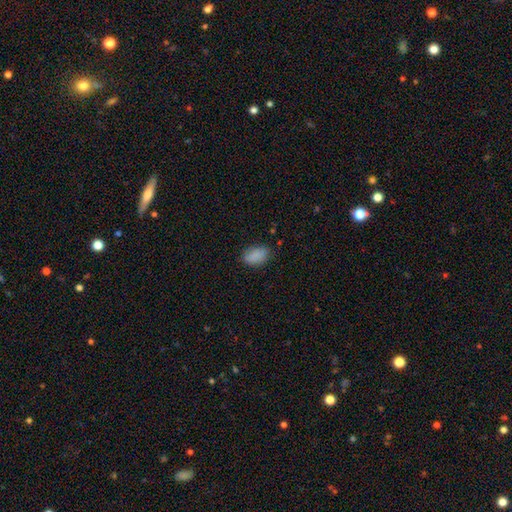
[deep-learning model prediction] This appears to be a smooth galaxy with no disk features (88%) that is in between round and cigar-shaped (91%). Merging: none (77%).